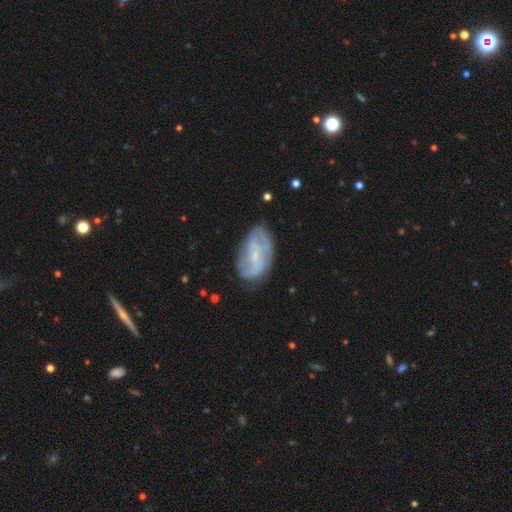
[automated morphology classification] The model was most divided on "bar": weak: 43%, no: 40%, strong: 17%. More confident: edge-on disk — no (95%); spiral arms — yes (75%); bulge size — small (70%); smooth or featured — featured or disk (67%); merging — none (66%).